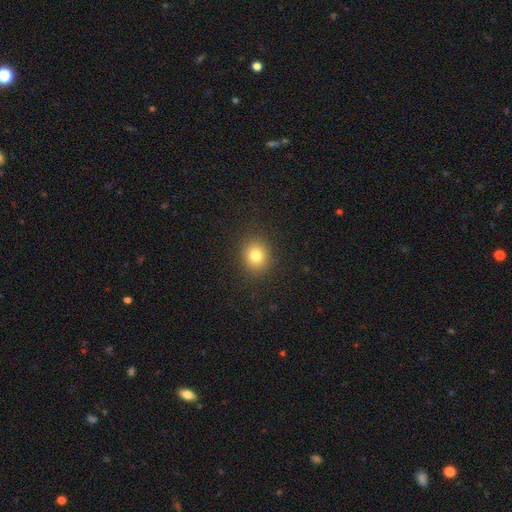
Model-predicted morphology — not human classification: Q: Smooth or featured?
A: smooth (80%); runner-up: star or artifact (13%)
Q: How rounded?
A: round (77%); runner-up: in between (22%)
Q: Merging?
A: none (90%); runner-up: minor disturbance (7%)